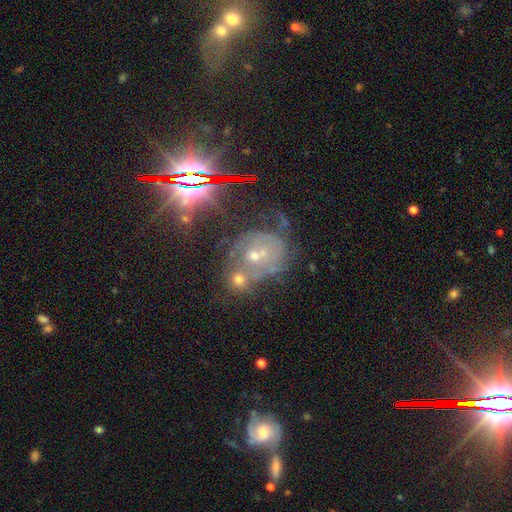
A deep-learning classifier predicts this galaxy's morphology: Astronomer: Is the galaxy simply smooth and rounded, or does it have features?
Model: featured or disk — 54% (runner-up: star or artifact, 33%).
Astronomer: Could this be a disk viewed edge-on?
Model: no — 94%.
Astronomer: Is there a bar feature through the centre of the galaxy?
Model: no — 62%.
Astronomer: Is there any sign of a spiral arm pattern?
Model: yes — 80%.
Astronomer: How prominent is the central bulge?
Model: small — 63%.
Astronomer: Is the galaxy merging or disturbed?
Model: none — 47% (runner-up: merger, 27%).